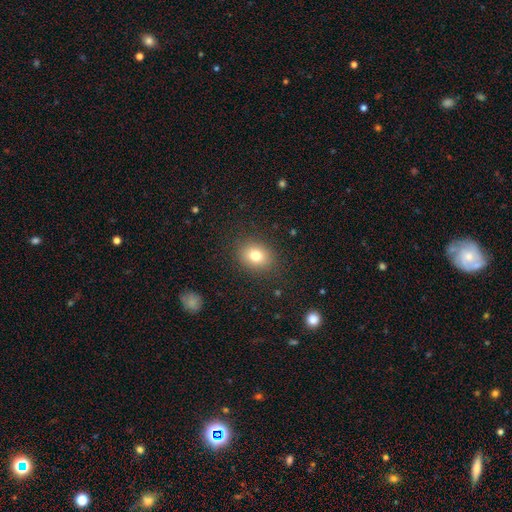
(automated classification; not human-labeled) Smooth or featured: smooth — 78% (star or artifact — 12%)
How rounded: round — 54% (in between — 45%)
Merging: none — 86% (minor disturbance — 9%)